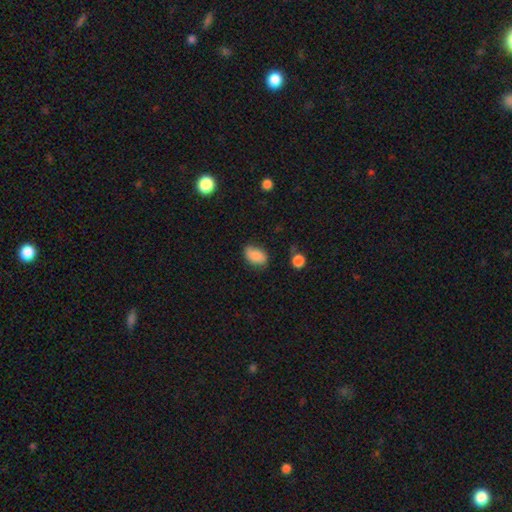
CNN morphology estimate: The model was most divided on "merging": none: 67%, minor disturbance: 25%, major disturbance: 5%, merger: 2%. More confident: how rounded — in between (88%); smooth or featured — smooth (85%).